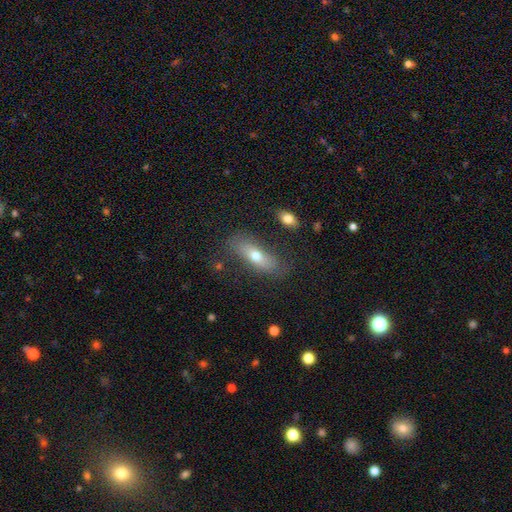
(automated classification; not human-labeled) Smooth or featured? smooth (60%)
How rounded? in between (58%)
Merging? none (71%)